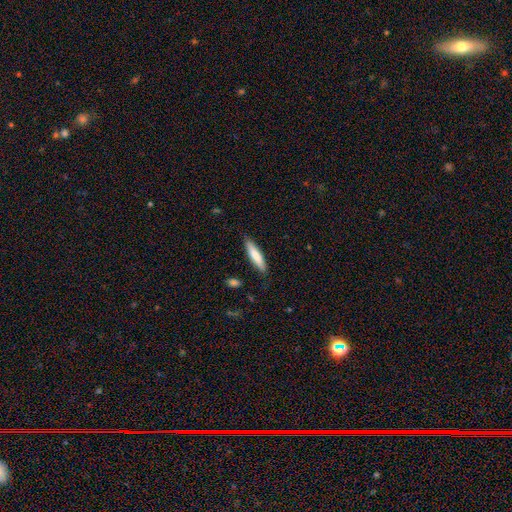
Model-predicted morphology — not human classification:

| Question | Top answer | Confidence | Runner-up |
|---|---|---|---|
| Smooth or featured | smooth | 76% | featured or disk (18%) |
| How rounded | cigar-shaped | 81% | in between (18%) |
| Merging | none | 86% | minor disturbance (11%) |